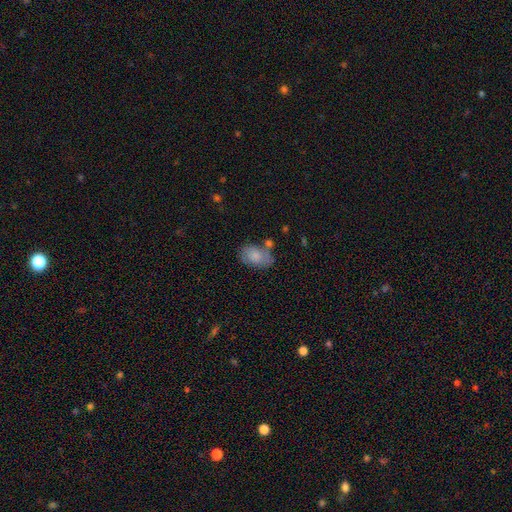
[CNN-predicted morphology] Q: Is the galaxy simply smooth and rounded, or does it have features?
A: smooth — 77%.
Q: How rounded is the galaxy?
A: in between — 88%.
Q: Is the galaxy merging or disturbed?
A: none — 53%.